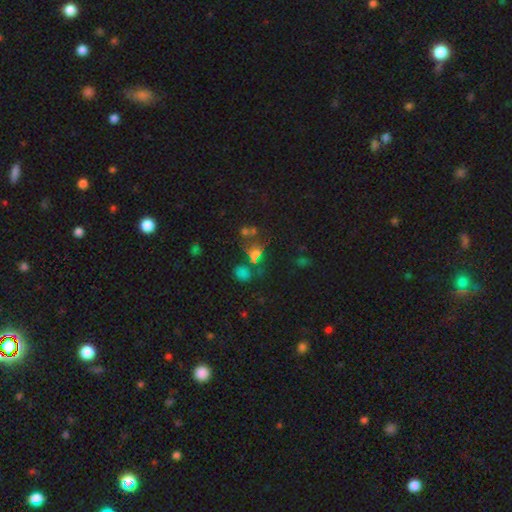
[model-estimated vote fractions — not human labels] Morphology: type=smooth (57%); roundness=round (50%); merging=none (43%).